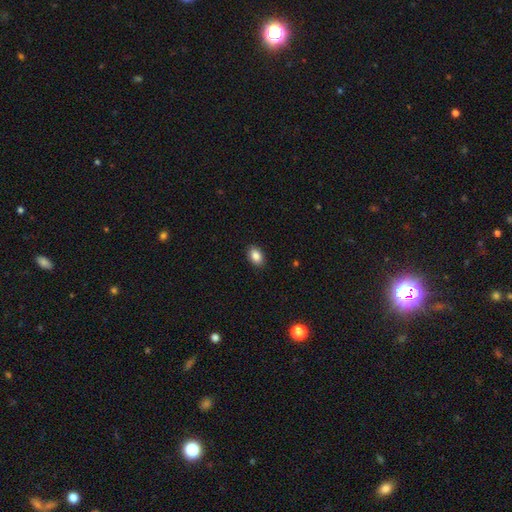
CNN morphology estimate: This is clearly a smooth galaxy (86%). How rounded: clearly in between (85%). Merging: clearly none (89%).